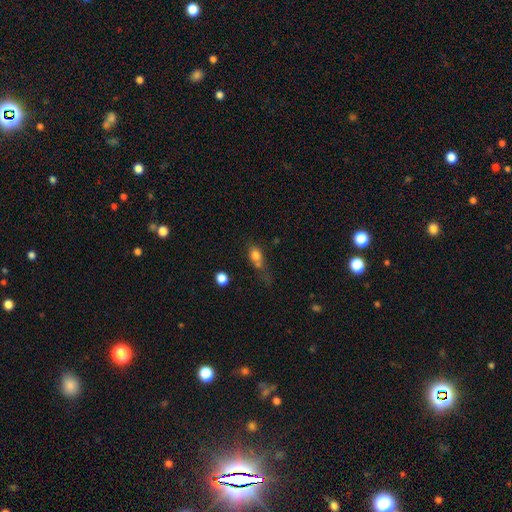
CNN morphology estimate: smooth_or_featured: smooth (p=0.75) [alt: featured or disk p=0.14]
how_rounded: in between (p=0.58) [alt: round p=0.35]
merging: none (p=0.31) [alt: merger p=0.30]